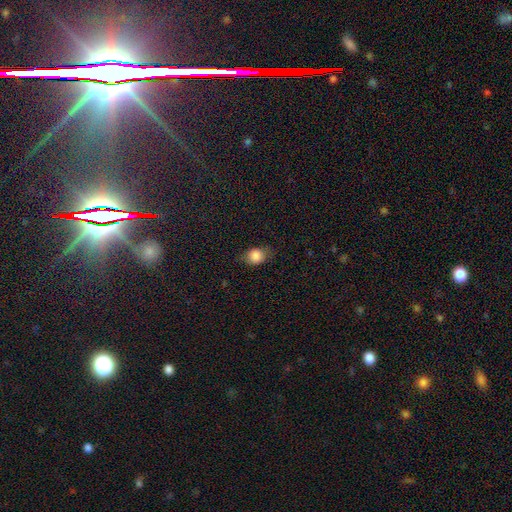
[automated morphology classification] smooth 82%, star or artifact 9%, featured or disk 8%. Down the decision tree: how rounded — in between (53%); merging — none (71%).